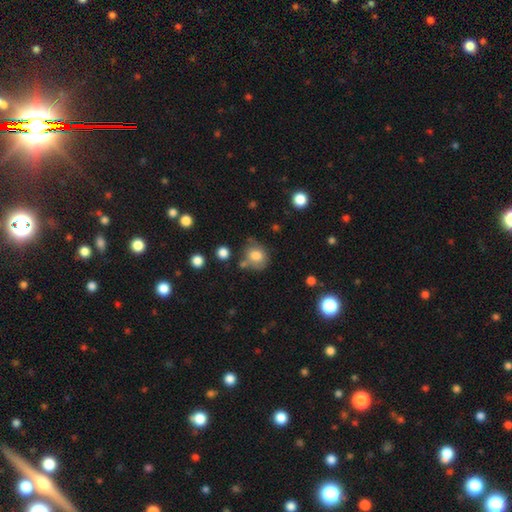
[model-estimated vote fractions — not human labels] Morphology: type=smooth (78%); roundness=round (69%); merging=none (60%).